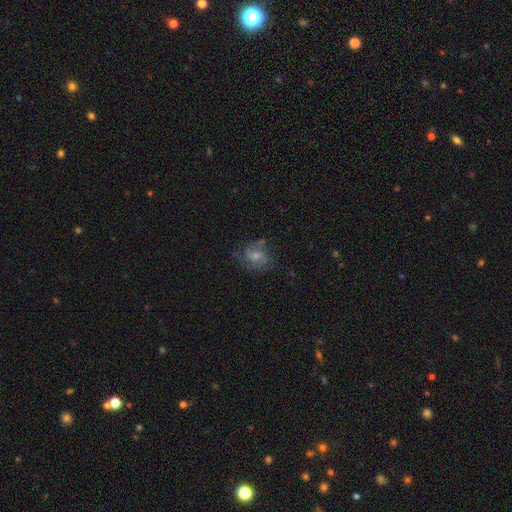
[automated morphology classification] Smooth or featured? Predicted: featured or disk (p=0.58). Edge-on disk? Predicted: no (p=0.97). Bar? Predicted: no (p=0.51). Spiral arms? Predicted: yes (p=0.83). Bulge size? Predicted: moderate (p=0.38). Merging? Predicted: none (p=0.56).